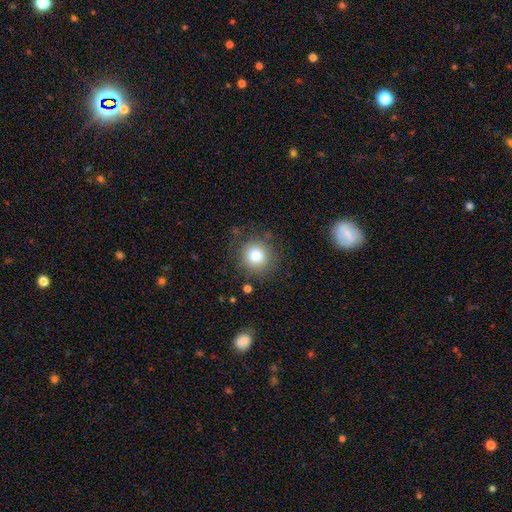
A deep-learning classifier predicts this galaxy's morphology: Smooth or featured? smooth (80%)
How rounded? round (91%)
Merging? none (83%)